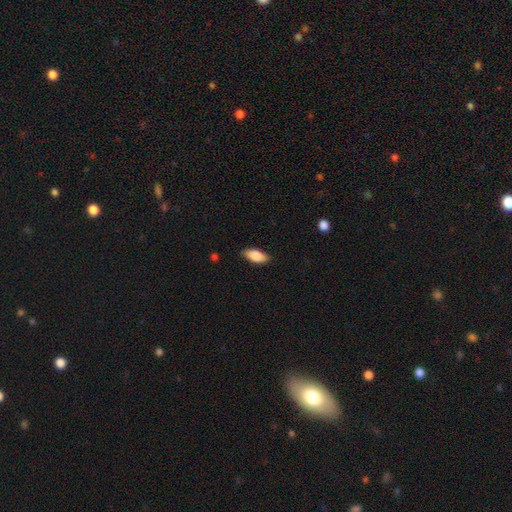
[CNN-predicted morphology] smooth_or_featured: smooth (p=0.86) [alt: featured or disk p=0.08]
how_rounded: in between (p=0.88) [alt: cigar-shaped p=0.10]
merging: none (p=0.85) [alt: minor disturbance p=0.12]